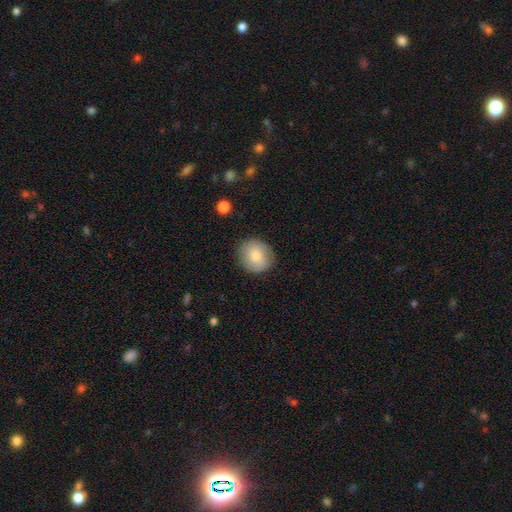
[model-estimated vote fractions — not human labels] This is likely a smooth galaxy (73%). How rounded: clearly round (80%). Merging: clearly none (83%).